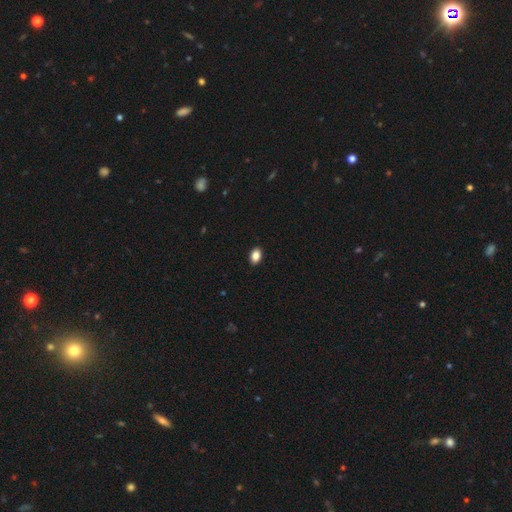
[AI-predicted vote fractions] Morphology: type=smooth (87%); roundness=in between (83%); merging=none (90%).